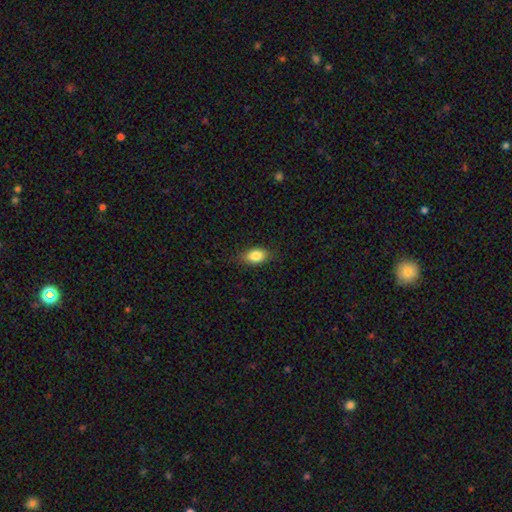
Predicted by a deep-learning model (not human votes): Smooth or featured? smooth (83%)
How rounded? in between (82%)
Merging? none (81%)